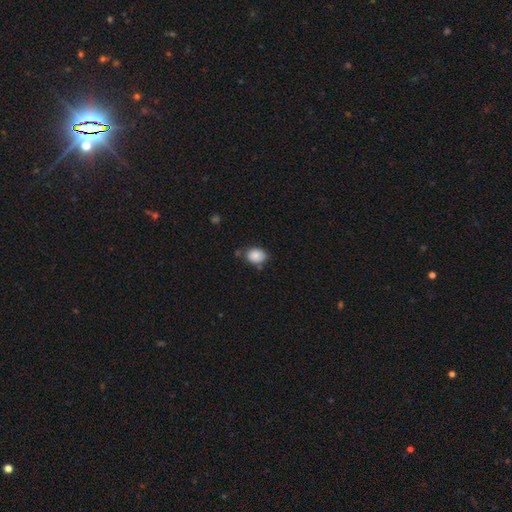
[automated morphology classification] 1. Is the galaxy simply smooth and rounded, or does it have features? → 85% smooth, 8% star or artifact, 7% featured or disk.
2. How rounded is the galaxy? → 59% in between, 40% round, 1% cigar-shaped.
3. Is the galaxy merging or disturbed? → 67% none, 22% minor disturbance, 7% merger, 4% major disturbance.